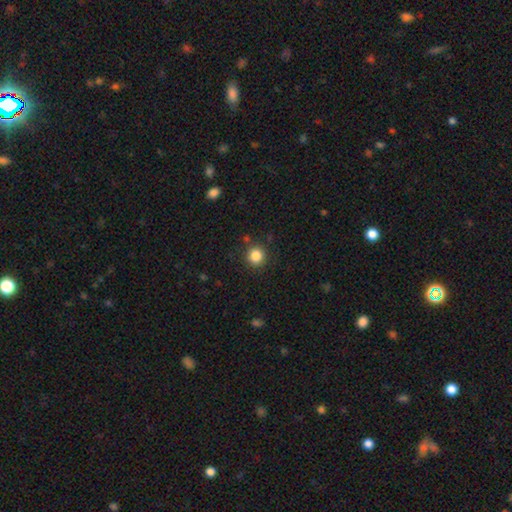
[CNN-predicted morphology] Smooth or featured? Predicted: smooth (p=0.85). How rounded? Predicted: round (p=0.93). Merging? Predicted: none (p=0.88).